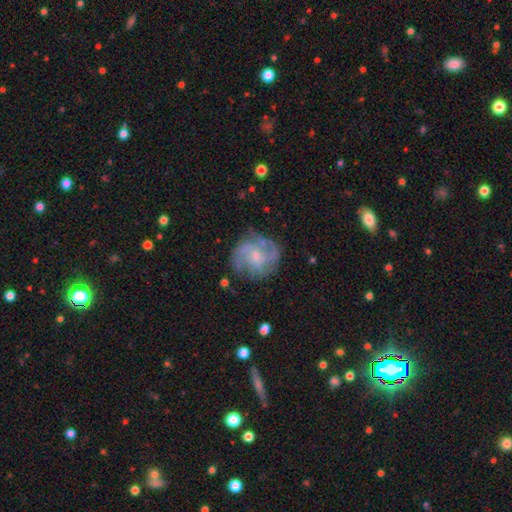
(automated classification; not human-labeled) featured or disk 74%, smooth 19%, star or artifact 7%. Down the decision tree: edge-on disk — no (98%); bar — no (64%); spiral arms — yes (86%); spiral arm count — 2 (34%); spiral winding — medium (45%); bulge size — small (59%); merging — none (69%).